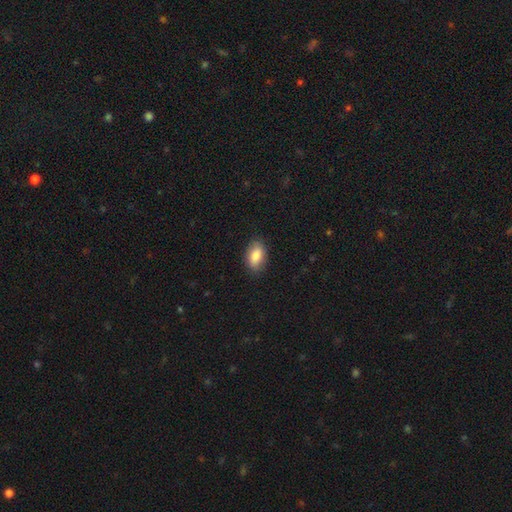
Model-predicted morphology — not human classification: smooth-or-featured: smooth: 86% | featured or disk: 8% | star or artifact: 7%
  how-rounded: in between: 91% | round: 6% | cigar-shaped: 3%
  merging: none: 85% | minor disturbance: 12% | major disturbance: 3% | merger: 1%